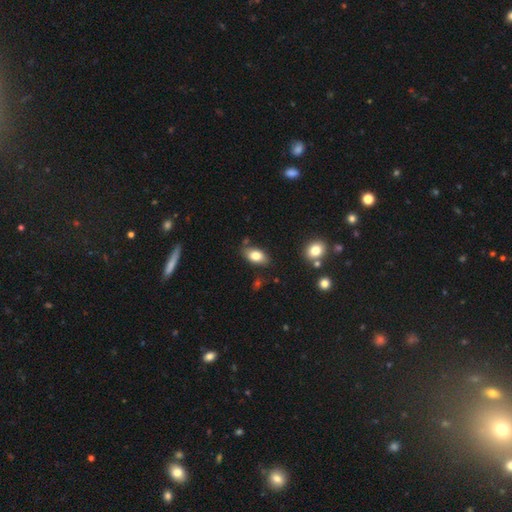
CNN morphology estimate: Smooth or featured: smooth — 80% (featured or disk — 12%)
How rounded: in between — 91% (round — 7%)
Merging: none — 77% (minor disturbance — 16%)